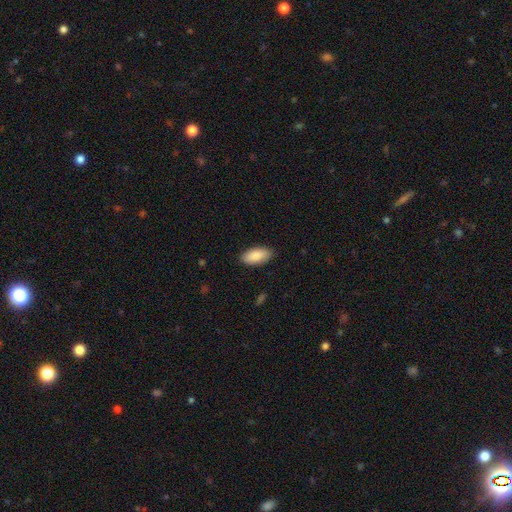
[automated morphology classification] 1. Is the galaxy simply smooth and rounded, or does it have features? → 87% smooth, 7% featured or disk, 6% star or artifact.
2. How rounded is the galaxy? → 92% in between, 6% cigar-shaped, 2% round.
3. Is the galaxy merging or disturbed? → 88% none, 9% minor disturbance, 2% major disturbance, 1% merger.